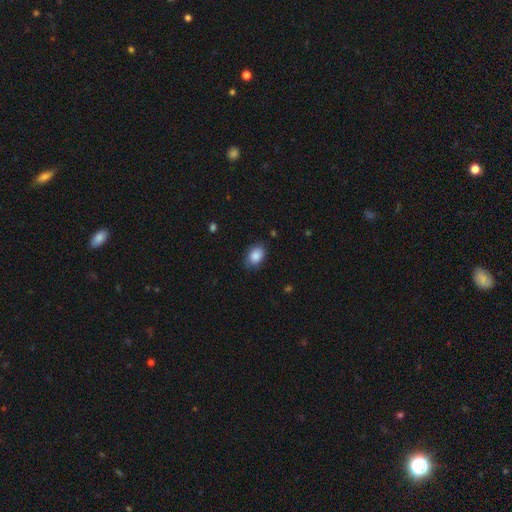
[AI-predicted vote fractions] Smooth or featured?
  - smooth: 86% *
  - star or artifact: 7%
  - featured or disk: 6%
How rounded?
  - in between: 78% *
  - round: 21%
  - cigar-shaped: 1%
Merging?
  - none: 80% *
  - minor disturbance: 16%
  - major disturbance: 3%
  - merger: 1%